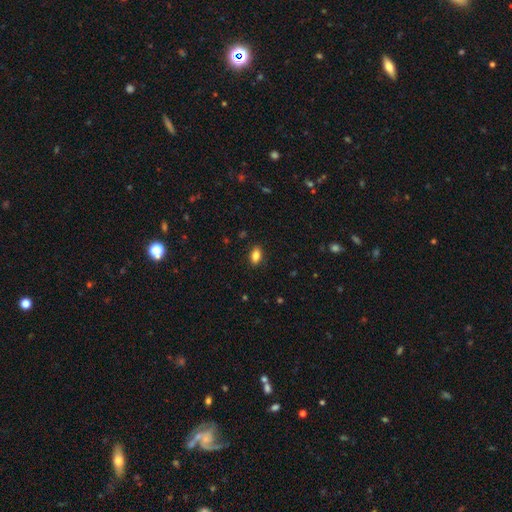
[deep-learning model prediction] Smooth or featured? Predicted: smooth (p=0.84). How rounded? Predicted: in between (p=0.88). Merging? Predicted: none (p=0.88).